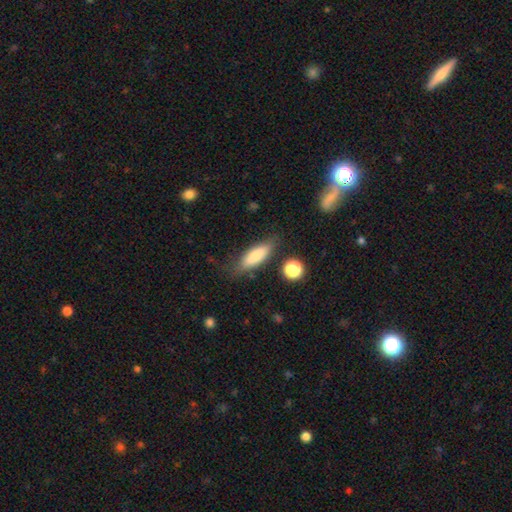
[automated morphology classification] Q: Smooth or featured?
A: smooth (79%); runner-up: featured or disk (14%)
Q: How rounded?
A: in between (55%); runner-up: cigar-shaped (43%)
Q: Merging?
A: none (74%); runner-up: minor disturbance (17%)